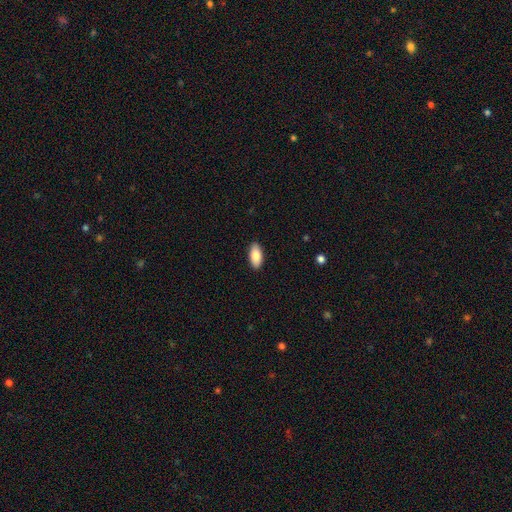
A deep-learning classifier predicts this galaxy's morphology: Smooth or featured? smooth (85%)
How rounded? in between (91%)
Merging? none (90%)